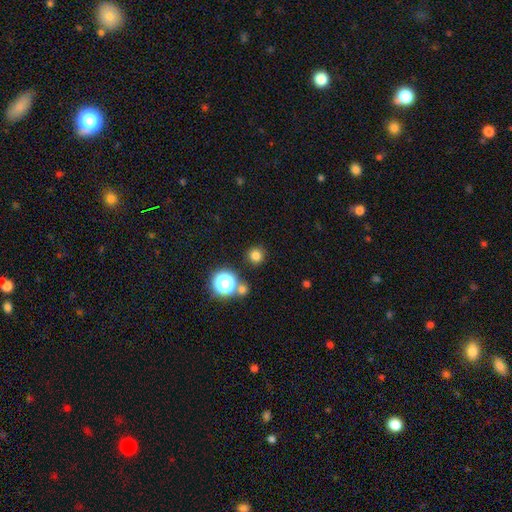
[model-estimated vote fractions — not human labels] smooth_or_featured: smooth (p=0.78) [alt: star or artifact p=0.18]
how_rounded: round (p=0.95) [alt: in between p=0.04]
merging: none (p=0.88) [alt: minor disturbance p=0.06]